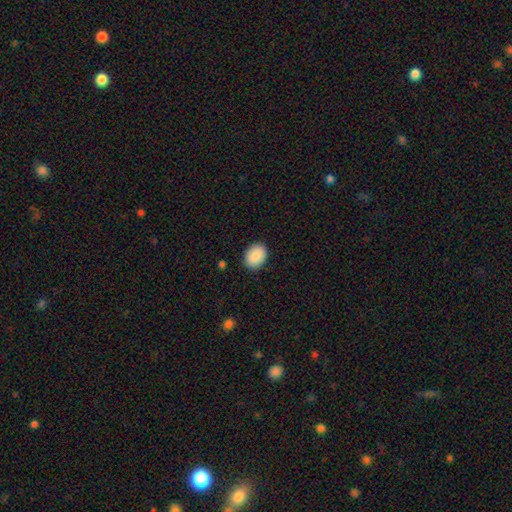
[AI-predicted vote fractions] Overall: smooth (89%). How rounded: in between (74%). Merging: none (89%).